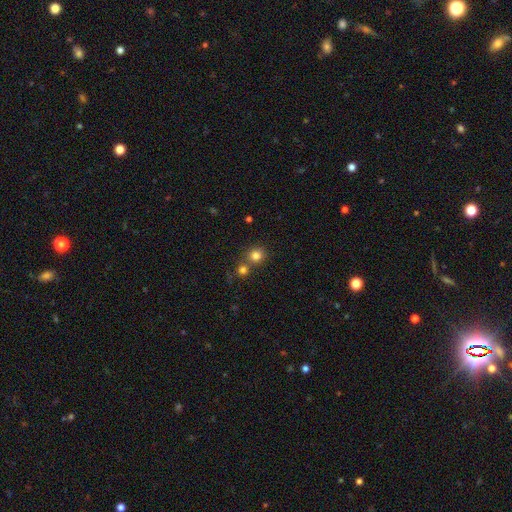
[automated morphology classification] Smooth or featured? smooth (81%)
How rounded? round (87%)
Merging? none (62%)